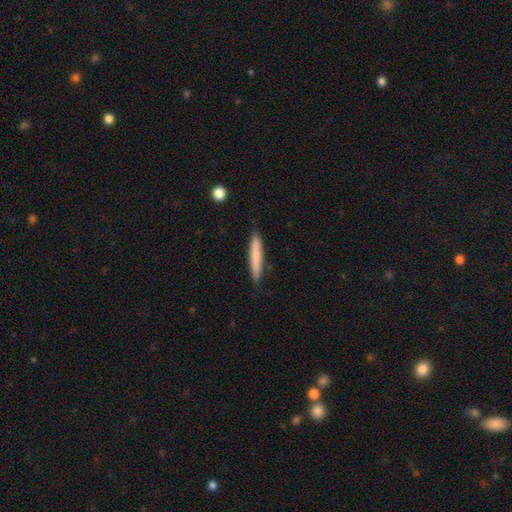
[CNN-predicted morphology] smooth-or-featured: smooth: 74% | featured or disk: 20% | star or artifact: 6%
  how-rounded: cigar-shaped: 95% | in between: 4% | round: 1%
  merging: none: 86% | minor disturbance: 11% | major disturbance: 2% | merger: 1%